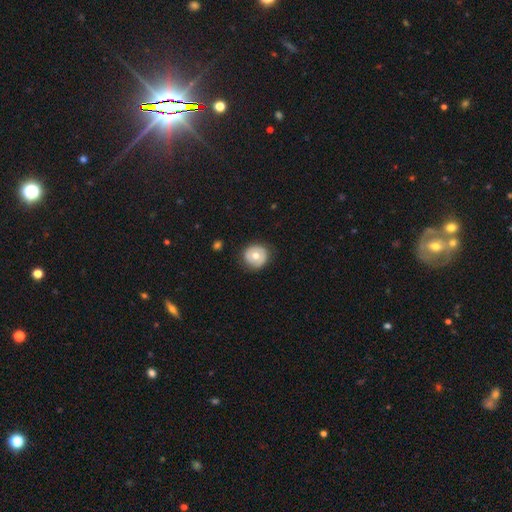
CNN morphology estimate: Smooth or featured?
  - smooth: 60% *
  - featured or disk: 33%
  - star or artifact: 7%
How rounded?
  - round: 91% *
  - in between: 8%
  - cigar-shaped: 1%
Merging?
  - none: 83% *
  - minor disturbance: 13%
  - major disturbance: 3%
  - merger: 1%